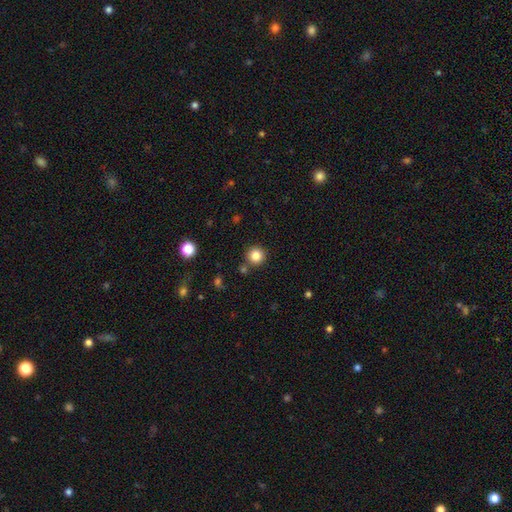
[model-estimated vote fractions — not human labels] Smooth or featured?
  - smooth: 83% *
  - star or artifact: 12%
  - featured or disk: 5%
How rounded?
  - round: 95% *
  - in between: 4%
  - cigar-shaped: 1%
Merging?
  - none: 85% *
  - minor disturbance: 7%
  - merger: 6%
  - major disturbance: 2%